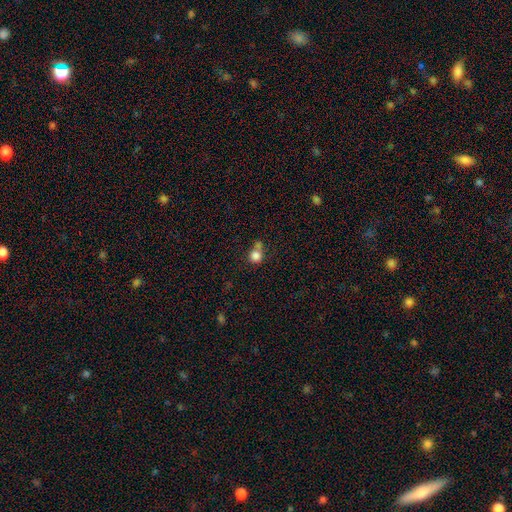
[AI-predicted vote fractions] Smooth or featured? Predicted: smooth (p=0.82). How rounded? Predicted: round (p=0.86). Merging? Predicted: none (p=0.44).